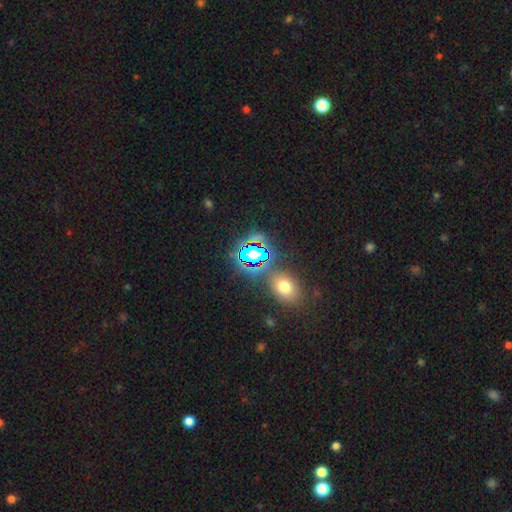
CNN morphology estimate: star or artifact 61%, smooth 31%, featured or disk 9%.